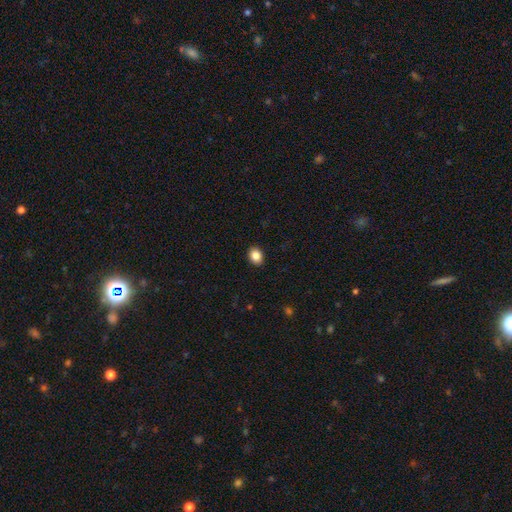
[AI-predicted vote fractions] Smooth or featured: smooth — 85% (star or artifact — 9%)
How rounded: in between — 60% (round — 40%)
Merging: none — 91% (minor disturbance — 6%)